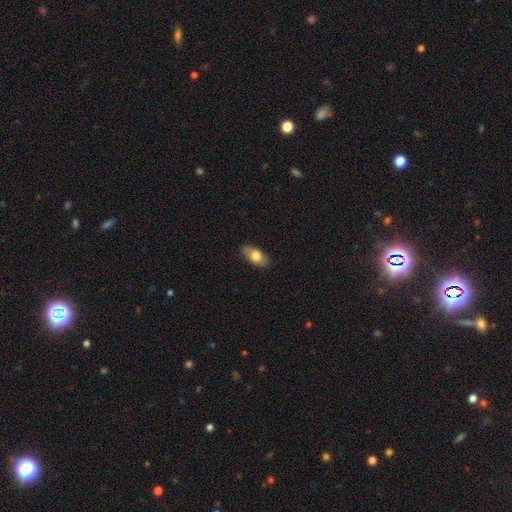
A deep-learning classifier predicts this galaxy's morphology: type=smooth (77%); roundness=in between (89%); merging=none (85%).